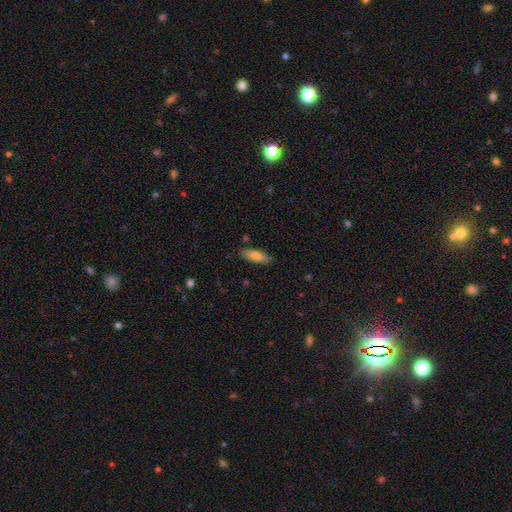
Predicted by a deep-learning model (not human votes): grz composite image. It shows a smooth galaxy with no disk features (75%) that is in between round and cigar-shaped (65%). Merging: none (85%).